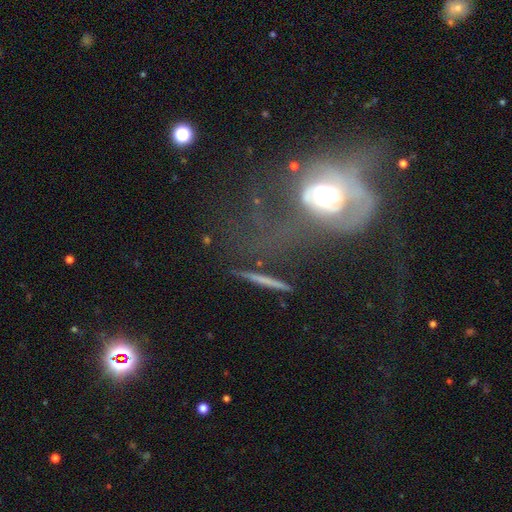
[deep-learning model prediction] featured or disk 46%, star or artifact 27%, smooth 26%. Down the decision tree: merging — major disturbance (49%).